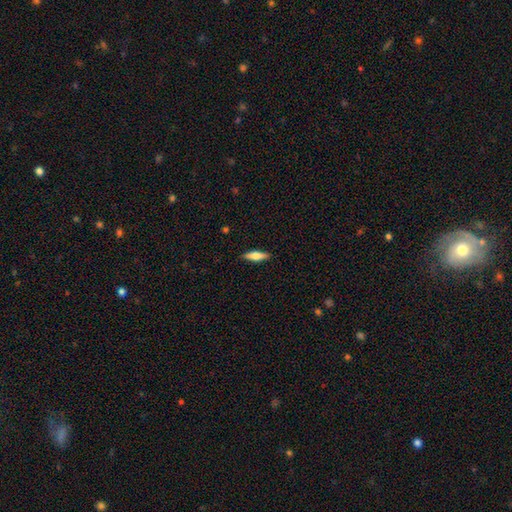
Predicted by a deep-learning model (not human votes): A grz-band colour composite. It shows a smooth galaxy with no disk features (57%) that is cigar-shaped (53%). Merging: none (89%).